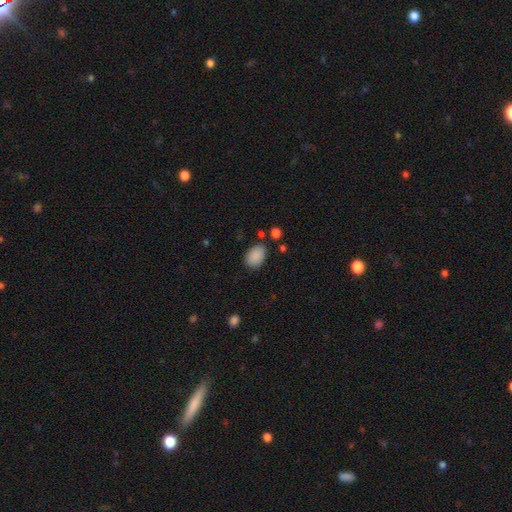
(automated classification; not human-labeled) A smooth galaxy with no disk features (89%) that is in between round and cigar-shaped (84%). Merging: none (79%).